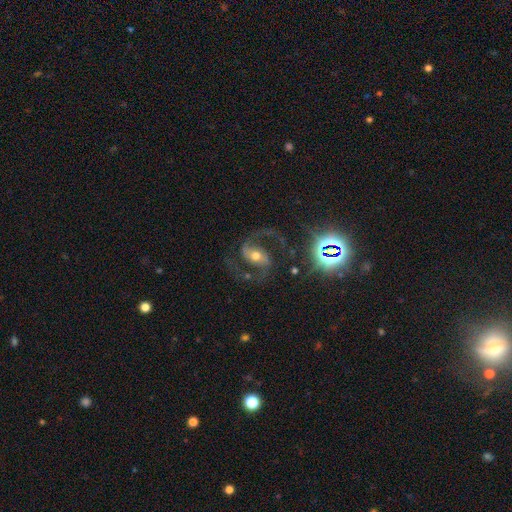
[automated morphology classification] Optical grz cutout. It shows a featured or disk galaxy (83%) with a strong bar (38%), 2 (93%) medium (61%) spiral arms (96%) and a moderate central bulge (65%). Merging: none (77%).